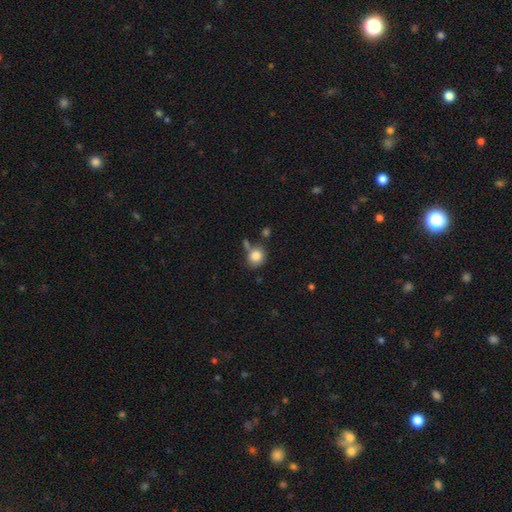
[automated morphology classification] smooth-or-featured: smooth: 84% | star or artifact: 9% | featured or disk: 6%
  how-rounded: round: 77% | in between: 22% | cigar-shaped: 1%
  merging: none: 63% | minor disturbance: 16% | merger: 15% | major disturbance: 5%